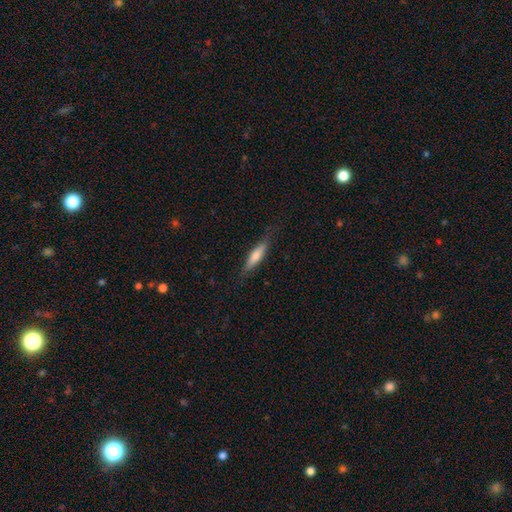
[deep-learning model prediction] Smooth or featured? smooth (63%)
How rounded? cigar-shaped (77%)
Merging? none (79%)